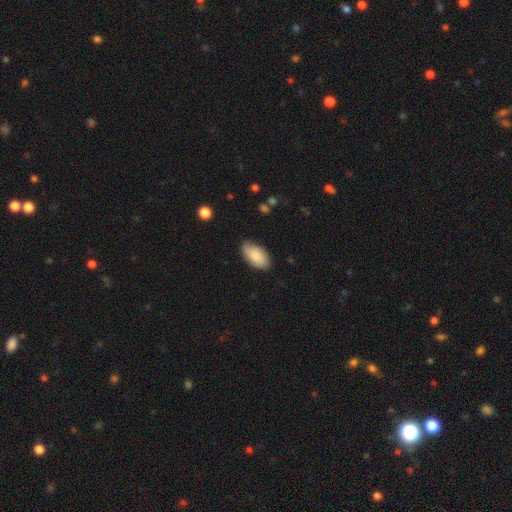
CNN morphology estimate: smooth 85%, featured or disk 9%, star or artifact 6%. Down the decision tree: how rounded — in between (95%); merging — none (78%).